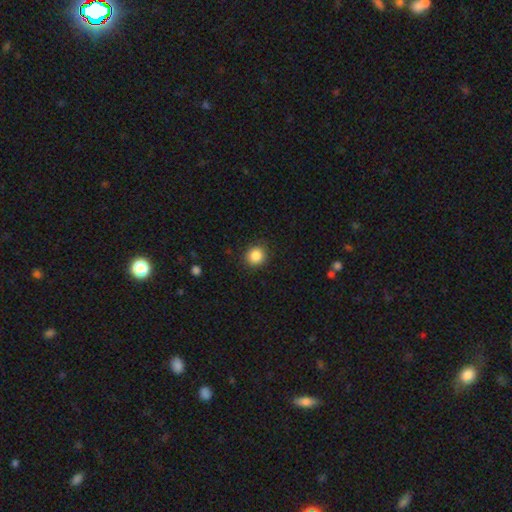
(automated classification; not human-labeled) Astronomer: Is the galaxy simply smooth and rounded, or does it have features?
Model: smooth — 87%.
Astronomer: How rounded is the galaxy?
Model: round — 88%.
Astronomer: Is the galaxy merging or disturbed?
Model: none — 89%.